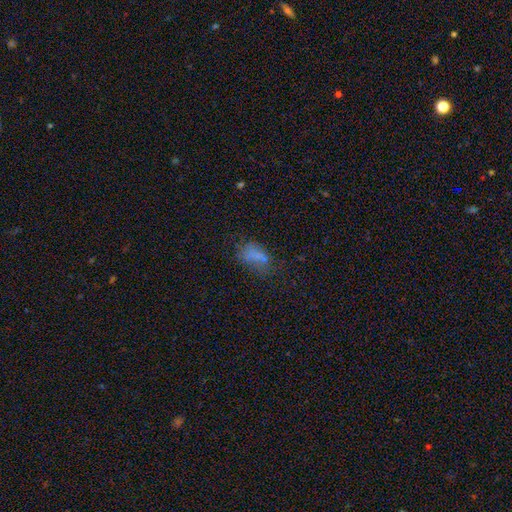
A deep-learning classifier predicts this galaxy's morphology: smooth-or-featured: smooth: 66% | featured or disk: 17% | star or artifact: 17%
  how-rounded: in between: 85% | round: 8% | cigar-shaped: 7%
  merging: none: 44% | minor disturbance: 26% | major disturbance: 24% | merger: 6%